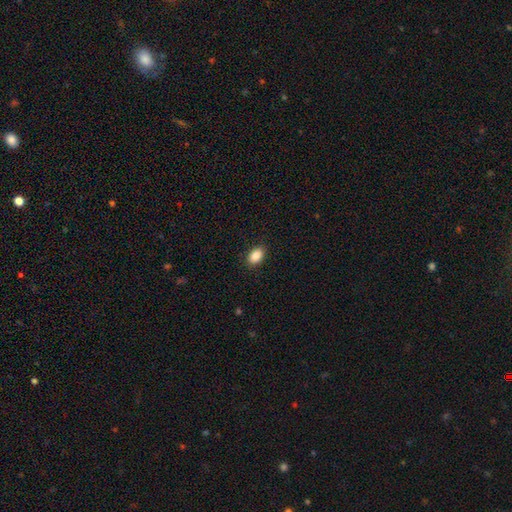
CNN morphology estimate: smooth_or_featured: smooth (p=0.89) [alt: star or artifact p=0.08]
how_rounded: in between (p=0.85) [alt: round p=0.13]
merging: none (p=0.89) [alt: minor disturbance p=0.08]